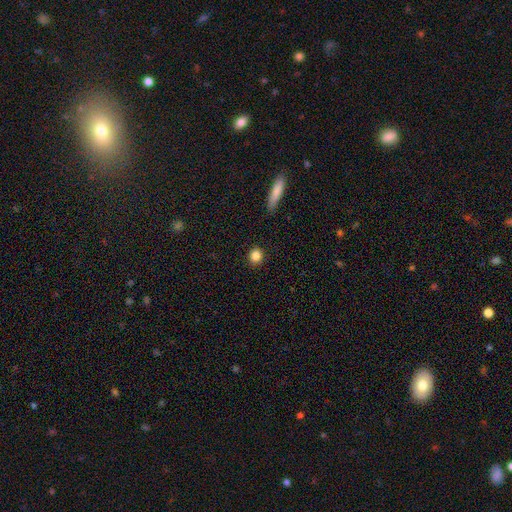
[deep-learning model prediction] The model was most divided on "how rounded": round: 86%, in between: 13%, cigar-shaped: 2%. More confident: merging — none (91%); smooth or featured — smooth (85%).